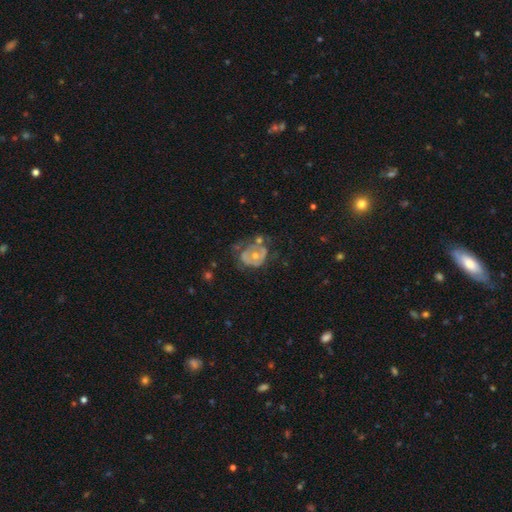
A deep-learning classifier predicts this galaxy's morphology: Smooth or featured? Predicted: featured or disk (p=0.65). Edge-on disk? Predicted: no (p=0.97). Bar? Predicted: no (p=0.82). Spiral arms? Predicted: no (p=0.51). Bulge size? Predicted: moderate (p=0.57). Merging? Predicted: none (p=0.34).